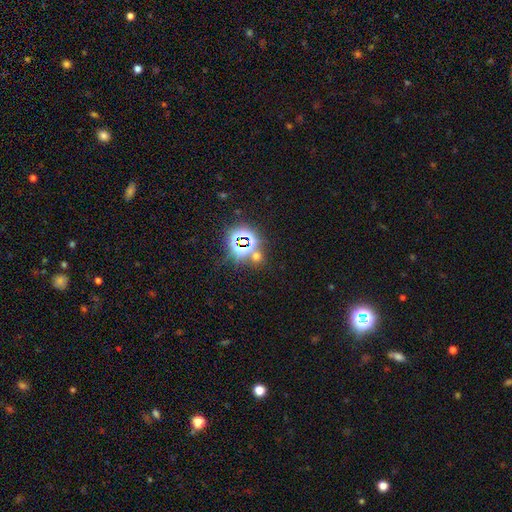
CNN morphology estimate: Overall: star or artifact (60%; smooth 32%).